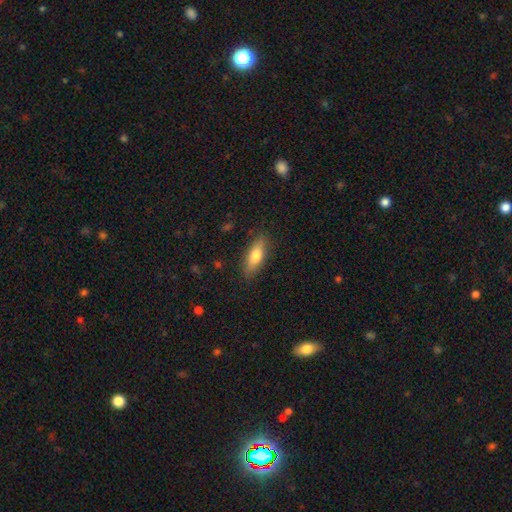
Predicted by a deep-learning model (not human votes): A smooth galaxy with no disk features (73%) that is in between round and cigar-shaped (61%).

Vote fractions:
- Smooth or featured? smooth: 73% / featured or disk: 21% / star or artifact: 6%
- How rounded? in between: 61% / cigar-shaped: 36% / round: 3%
- Merging? none: 85% / minor disturbance: 11% / major disturbance: 3% / merger: 1%